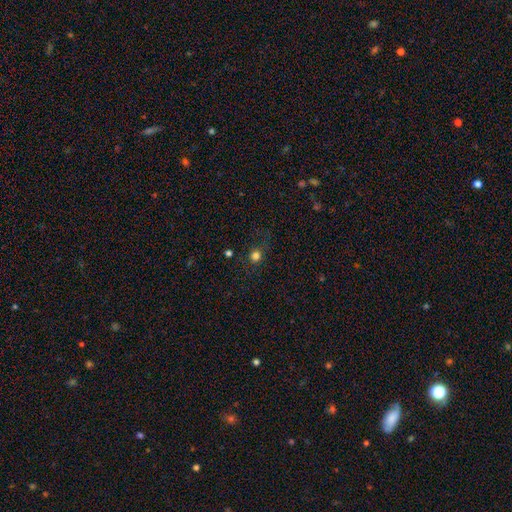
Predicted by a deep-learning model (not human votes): The model was most divided on "smooth or featured": smooth: 76%, star or artifact: 18%, featured or disk: 7%. More confident: how rounded — round (90%); merging — none (81%).